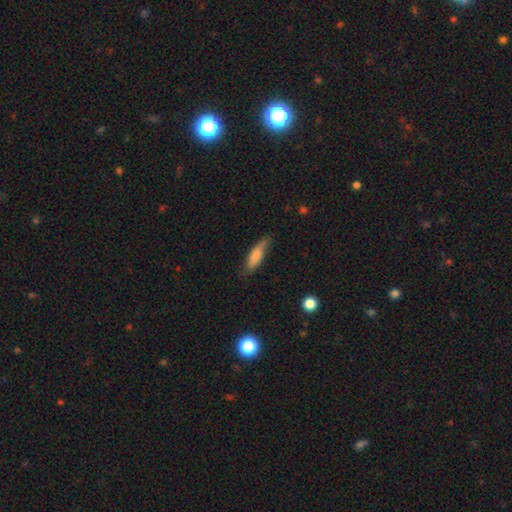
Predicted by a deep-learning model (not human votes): Smooth or featured? Predicted: smooth (p=0.76). How rounded? Predicted: cigar-shaped (p=0.52). Merging? Predicted: none (p=0.60).